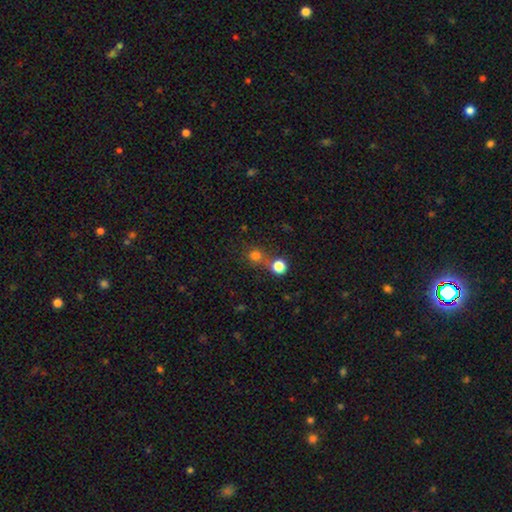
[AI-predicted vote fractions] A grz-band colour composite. It shows a smooth galaxy with no disk features (76%) that is round (88%). Merging: none (57%).